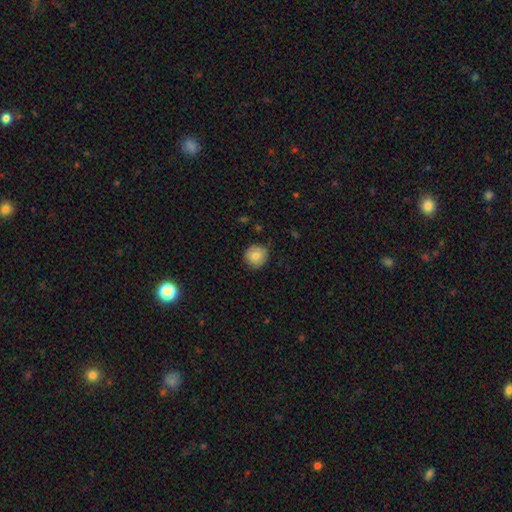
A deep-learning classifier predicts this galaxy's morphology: This appears to be a smooth galaxy with no disk features (83%) that is round (89%). Merging: none (83%).